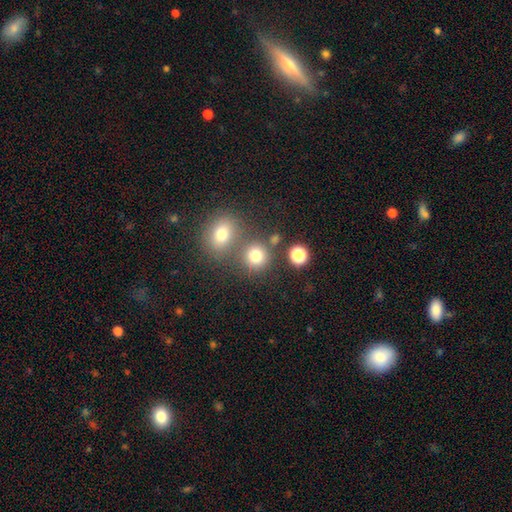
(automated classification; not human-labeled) A smooth galaxy with no disk features (77%) that is round (85%). Merging: none (63%).